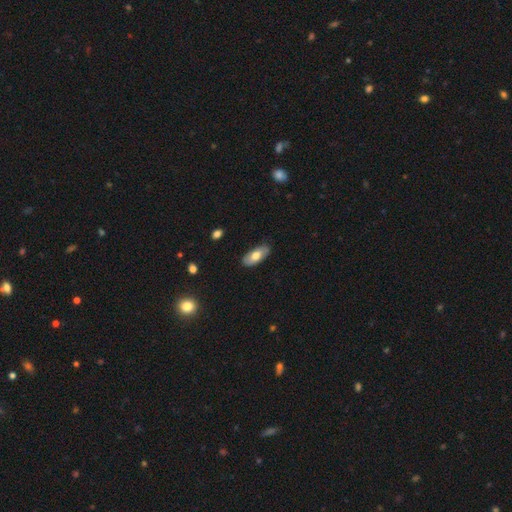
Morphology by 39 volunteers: Smooth or featured?
  - smooth: 56% *
  - featured or disk: 38%
  - star or artifact: 5%
How rounded?
  - in between: 95% *
  - round: 5%
  - cigar-shaped: 0%
Merging?
  - none: 97% *
  - minor disturbance: 3%
  - major disturbance: 0%
  - merger: 0%